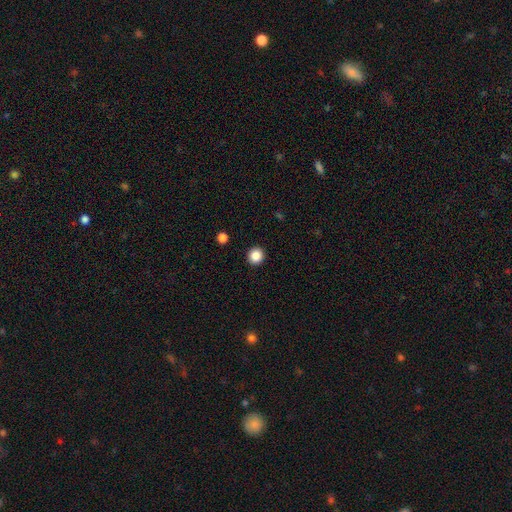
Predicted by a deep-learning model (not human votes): smooth 87%, star or artifact 10%, featured or disk 3%. Down the decision tree: how rounded — round (94%); merging — none (93%).